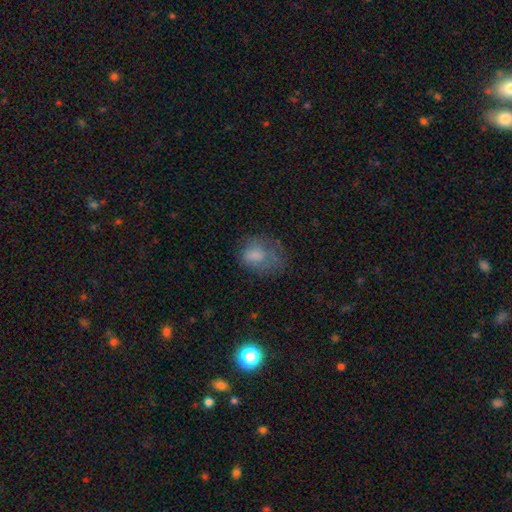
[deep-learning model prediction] smooth-or-featured: smooth: 66% | featured or disk: 19% | star or artifact: 15%
  how-rounded: in between: 63% | round: 36% | cigar-shaped: 1%
  merging: none: 43% | major disturbance: 27% | minor disturbance: 27% | merger: 2%